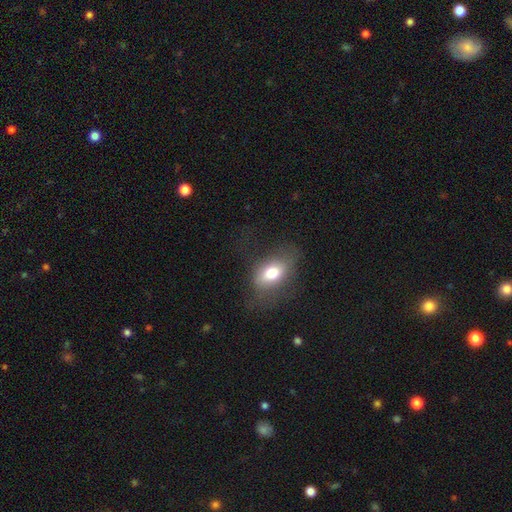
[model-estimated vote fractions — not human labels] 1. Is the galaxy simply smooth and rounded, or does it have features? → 60% smooth, 24% featured or disk, 16% star or artifact.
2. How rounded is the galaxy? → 81% in between, 14% round, 5% cigar-shaped.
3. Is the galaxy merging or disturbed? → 71% none, 18% minor disturbance, 10% major disturbance, 2% merger.